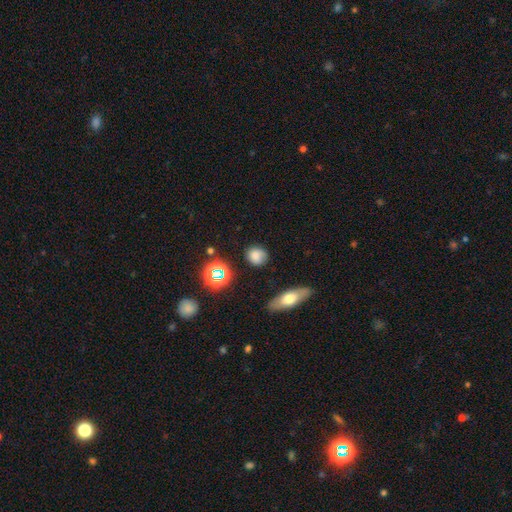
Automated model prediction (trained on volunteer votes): smooth_or_featured: smooth (p=0.76) [alt: star or artifact p=0.14]
how_rounded: round (p=0.74) [alt: in between p=0.24]
merging: none (p=0.79) [alt: minor disturbance p=0.15]